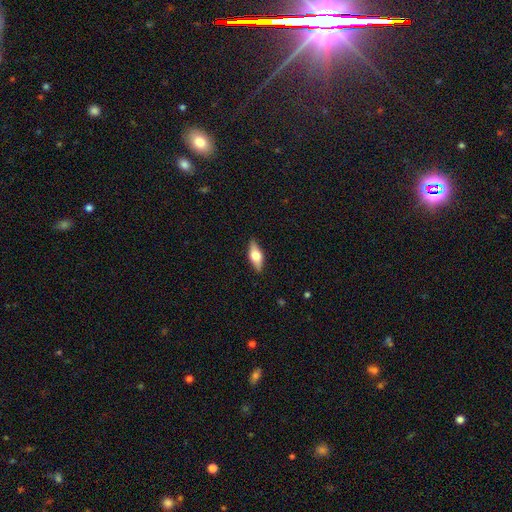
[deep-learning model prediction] The model was most divided on "smooth or featured": smooth: 50%, featured or disk: 44%, star or artifact: 6%. More confident: merging — none (87%); how rounded — in between (72%).